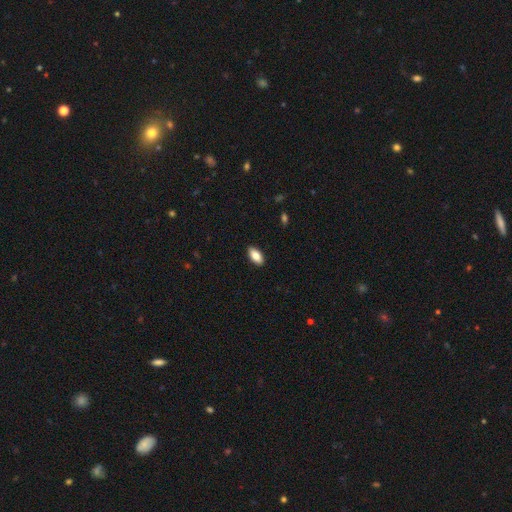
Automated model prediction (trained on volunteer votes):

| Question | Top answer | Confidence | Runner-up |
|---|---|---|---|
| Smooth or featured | smooth | 83% | featured or disk (11%) |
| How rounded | in between | 90% | cigar-shaped (7%) |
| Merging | none | 90% | minor disturbance (7%) |